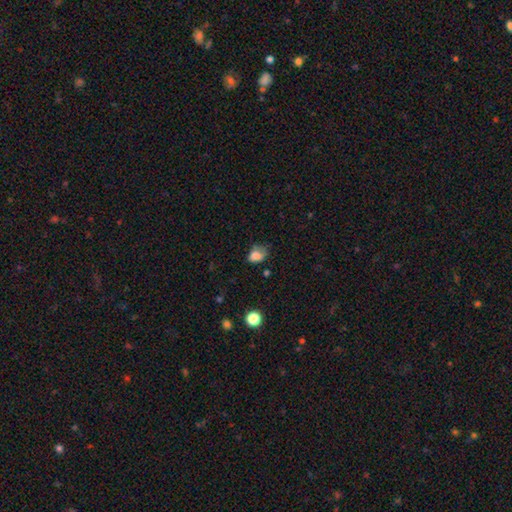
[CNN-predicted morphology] smooth-or-featured: smooth: 78% | featured or disk: 12% | star or artifact: 11%
  how-rounded: in between: 72% | round: 26% | cigar-shaped: 1%
  merging: none: 38% | minor disturbance: 37% | major disturbance: 21% | merger: 3%